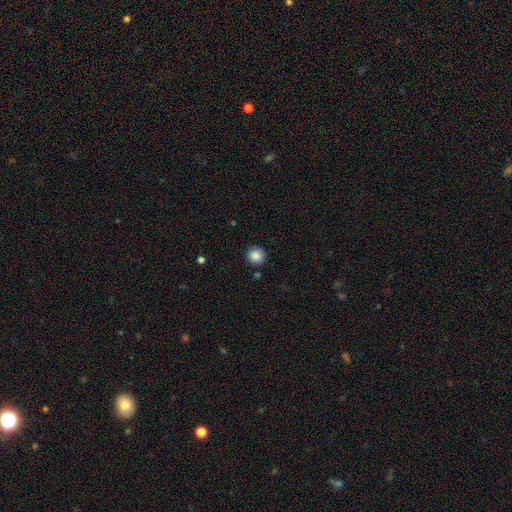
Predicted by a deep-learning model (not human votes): The model was most divided on "smooth or featured": smooth: 87%, star or artifact: 9%, featured or disk: 4%. More confident: how rounded — round (94%); merging — none (89%).